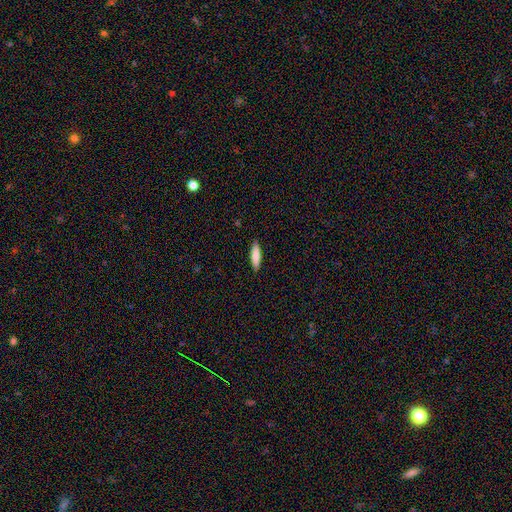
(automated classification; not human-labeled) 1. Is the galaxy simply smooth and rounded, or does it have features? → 80% smooth, 14% featured or disk, 6% star or artifact.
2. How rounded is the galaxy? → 70% cigar-shaped, 29% in between, 2% round.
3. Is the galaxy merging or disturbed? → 90% none, 8% minor disturbance, 2% major disturbance, 1% merger.